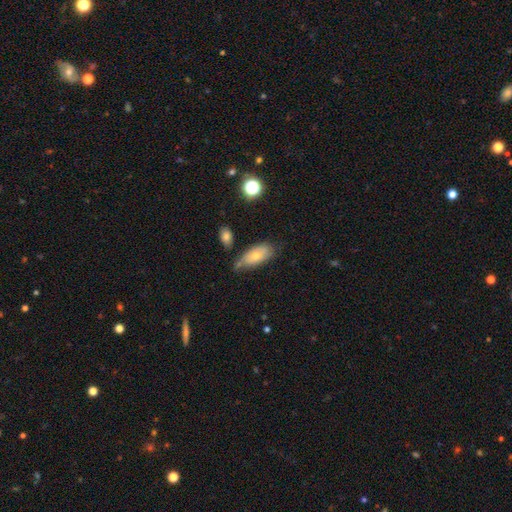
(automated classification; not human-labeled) Smooth or featured? Predicted: smooth (p=0.66). How rounded? Predicted: in between (p=0.89). Merging? Predicted: none (p=0.53).